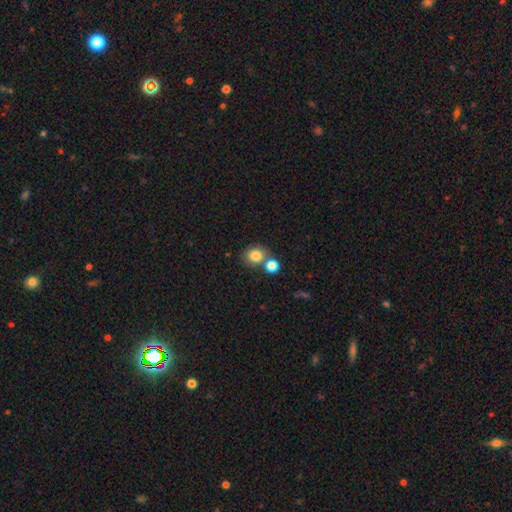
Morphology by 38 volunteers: Volunteers were most divided on "how rounded": round: 80%, in between: 20%, cigar-shaped: 0%. More confident: smooth or featured — smooth (92%); merging — none (76%).